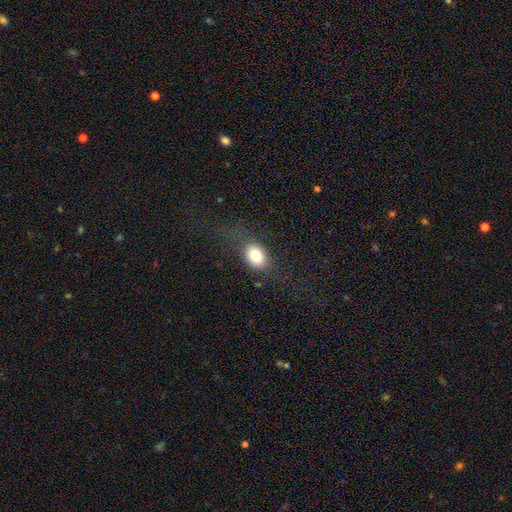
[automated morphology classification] Q: Smooth or featured?
A: smooth (79%); runner-up: featured or disk (11%)
Q: How rounded?
A: in between (75%); runner-up: round (24%)
Q: Merging?
A: none (70%); runner-up: minor disturbance (16%)